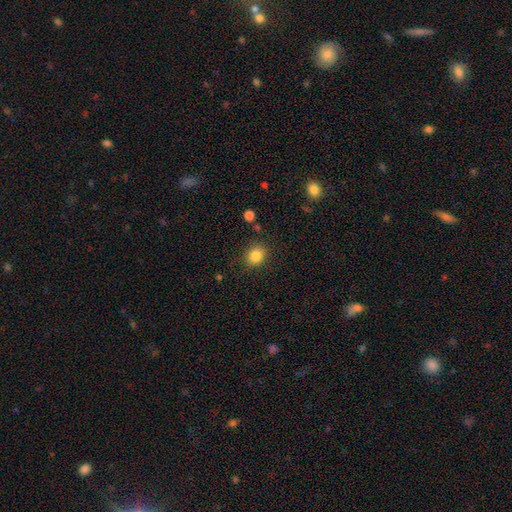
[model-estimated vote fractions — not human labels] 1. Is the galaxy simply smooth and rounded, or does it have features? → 84% smooth, 11% star or artifact, 5% featured or disk.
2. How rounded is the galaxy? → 70% round, 29% in between, 1% cigar-shaped.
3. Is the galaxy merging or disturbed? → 85% none, 10% minor disturbance, 3% major disturbance, 2% merger.